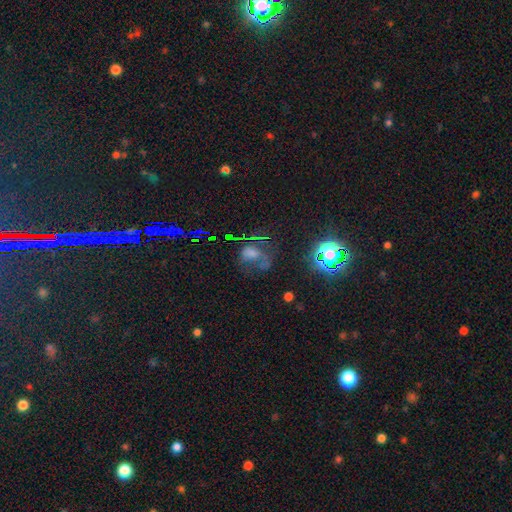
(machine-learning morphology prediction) Smooth or featured? Predicted: star or artifact (p=0.45).